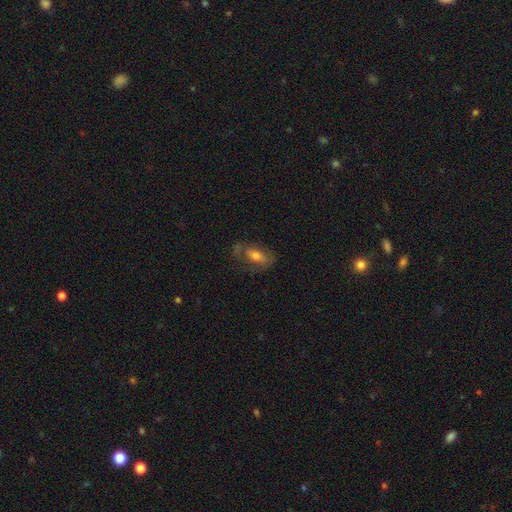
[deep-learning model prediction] smooth_or_featured: smooth (p=0.53) [alt: featured or disk p=0.39]
how_rounded: in between (p=0.84) [alt: round p=0.08]
merging: none (p=0.58) [alt: minor disturbance p=0.22]